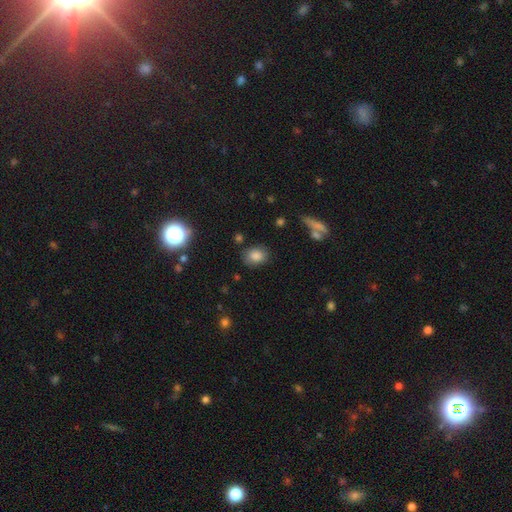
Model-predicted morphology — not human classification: Smooth or featured? Predicted: smooth (p=0.82). How rounded? Predicted: in between (p=0.53). Merging? Predicted: none (p=0.79).